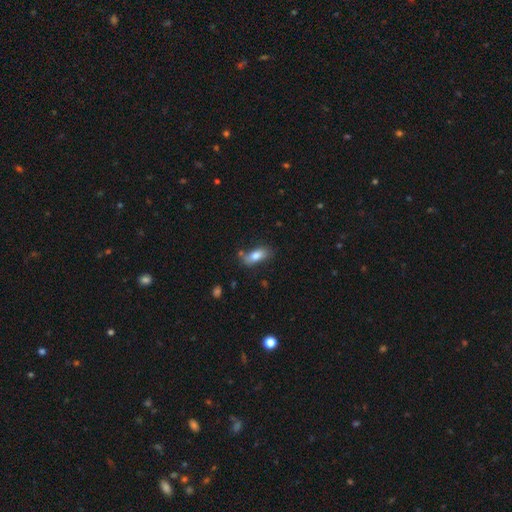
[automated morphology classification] The model was most divided on "merging": none: 68%, minor disturbance: 20%, merger: 7%, major disturbance: 5%. More confident: how rounded — in between (83%); smooth or featured — smooth (80%).